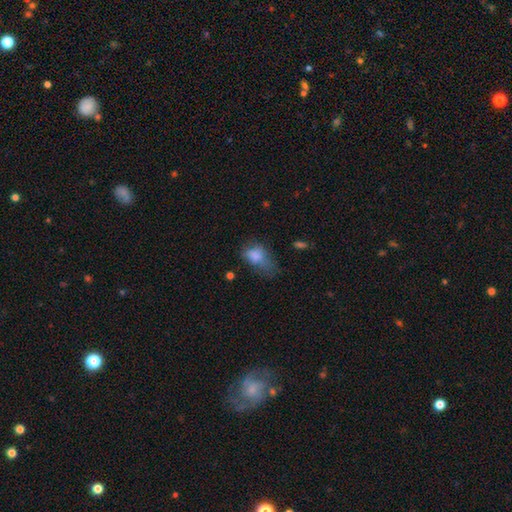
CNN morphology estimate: Smooth or featured? smooth (74%)
How rounded? in between (81%)
Merging? major disturbance (37%)